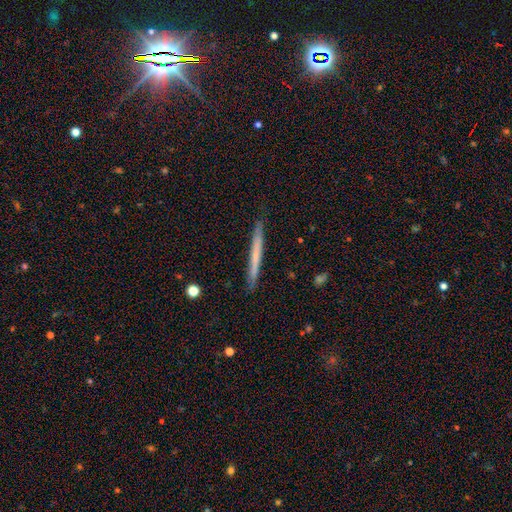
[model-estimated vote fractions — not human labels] This appears to be a smooth galaxy with no disk features (53%) that is cigar-shaped (97%). Merging: none (89%).